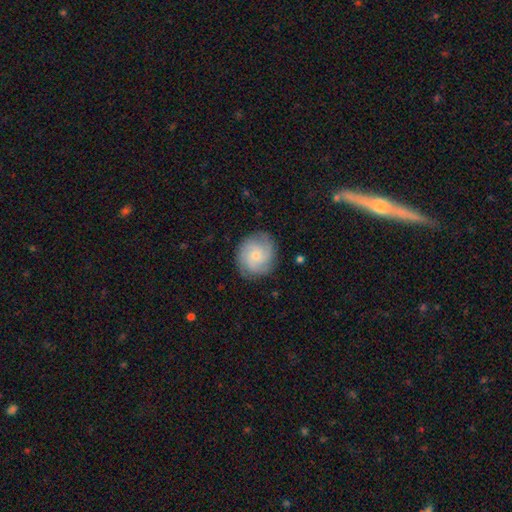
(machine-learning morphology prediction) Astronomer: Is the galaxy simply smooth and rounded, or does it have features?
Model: featured or disk — 71%.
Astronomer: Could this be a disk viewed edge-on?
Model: no — 98%.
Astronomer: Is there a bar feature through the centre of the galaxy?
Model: no — 79%.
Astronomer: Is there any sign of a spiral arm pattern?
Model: yes — 95%.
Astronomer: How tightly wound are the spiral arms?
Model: tight — 59%.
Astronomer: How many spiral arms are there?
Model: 3 — 29% (runner-up: 4, 24%).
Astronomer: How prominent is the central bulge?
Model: small — 73%.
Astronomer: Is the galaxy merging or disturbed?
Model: none — 83%.